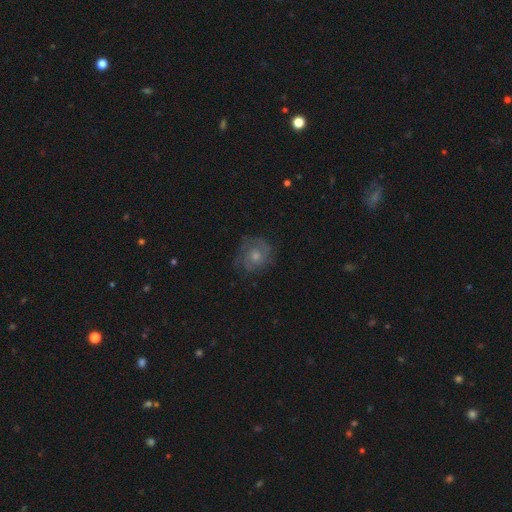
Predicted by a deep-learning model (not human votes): This appears to be a featured or disk galaxy (58%) with no bar (83%), spiral arms (80%) and a moderate central bulge (53%). Merging: none (69%).